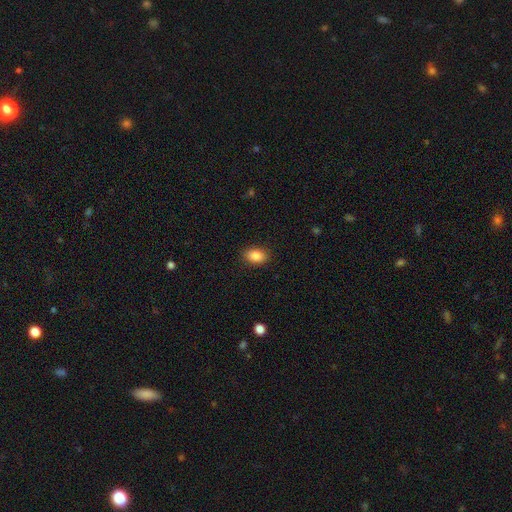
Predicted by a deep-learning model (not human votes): Q: Smooth or featured?
A: smooth (88%); runner-up: star or artifact (8%)
Q: How rounded?
A: in between (84%); runner-up: round (15%)
Q: Merging?
A: none (89%); runner-up: minor disturbance (8%)